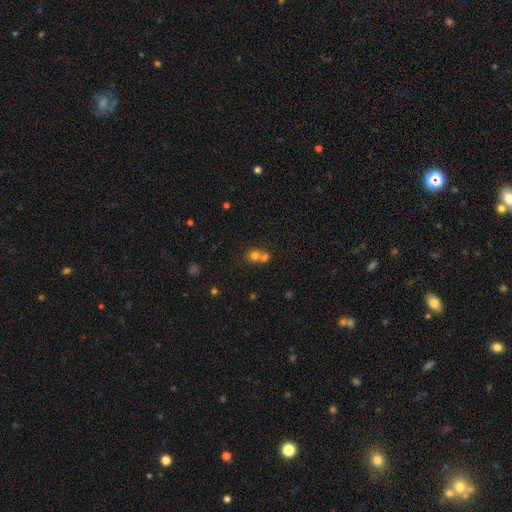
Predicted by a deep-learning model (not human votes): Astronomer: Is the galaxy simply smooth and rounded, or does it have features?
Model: smooth — 73%.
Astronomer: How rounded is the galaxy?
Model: round — 73%.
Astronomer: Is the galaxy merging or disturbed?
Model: merger — 56% (runner-up: none, 35%).